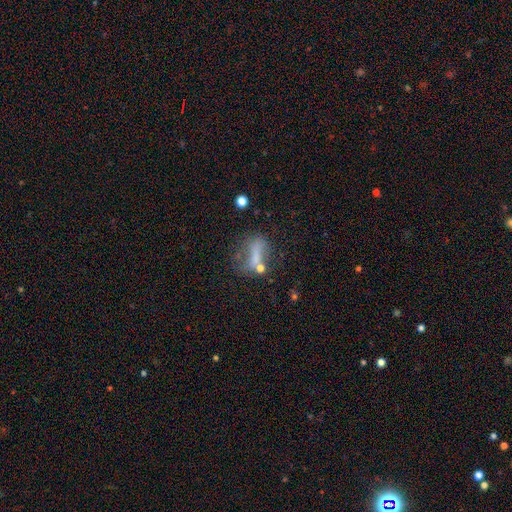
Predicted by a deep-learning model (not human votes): smooth 55%, featured or disk 28%, star or artifact 16%. Down the decision tree: how rounded — in between (53%); merging — none (39%).